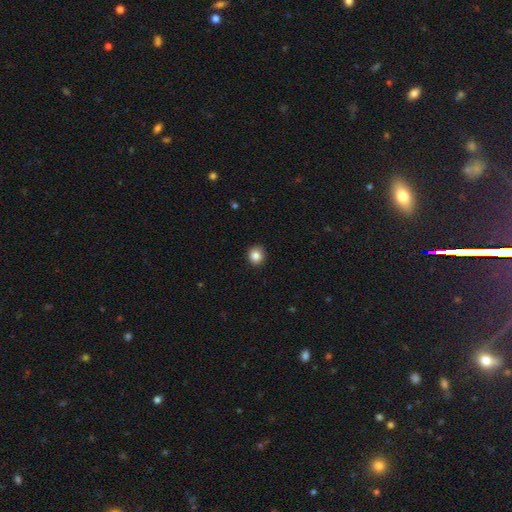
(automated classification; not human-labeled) Q: Smooth or featured?
A: smooth (85%); runner-up: star or artifact (10%)
Q: How rounded?
A: round (91%); runner-up: in between (8%)
Q: Merging?
A: none (93%); runner-up: minor disturbance (5%)